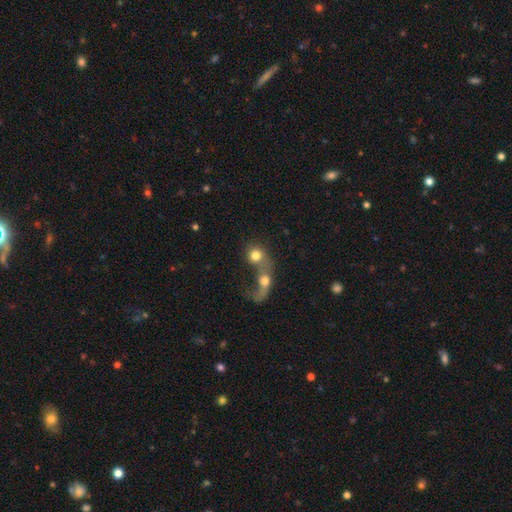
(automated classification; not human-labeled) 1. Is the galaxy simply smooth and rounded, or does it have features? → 69% smooth, 21% featured or disk, 10% star or artifact.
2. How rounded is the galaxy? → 76% round, 22% in between, 2% cigar-shaped.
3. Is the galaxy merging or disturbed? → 72% merger, 13% none, 10% major disturbance, 5% minor disturbance.